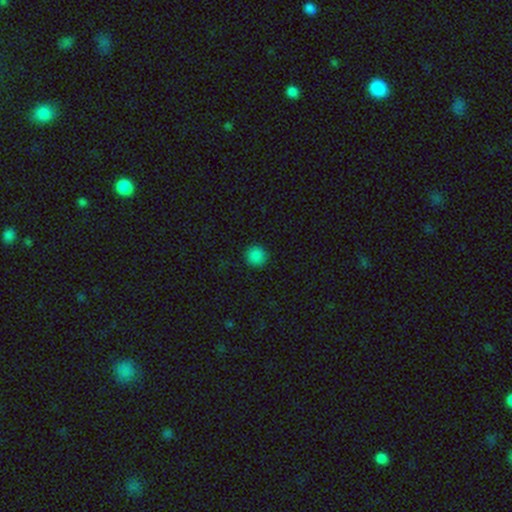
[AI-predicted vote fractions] The model was most divided on "smooth or featured": smooth: 86%, star or artifact: 11%, featured or disk: 3%. More confident: how rounded — round (95%); merging — none (92%).